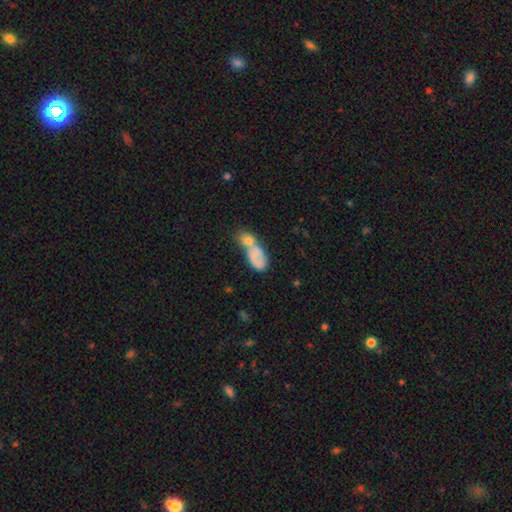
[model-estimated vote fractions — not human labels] smooth_or_featured: smooth (p=0.71) [alt: featured or disk p=0.20]
how_rounded: in between (p=0.83) [alt: round p=0.11]
merging: merger (p=0.66) [alt: none p=0.17]